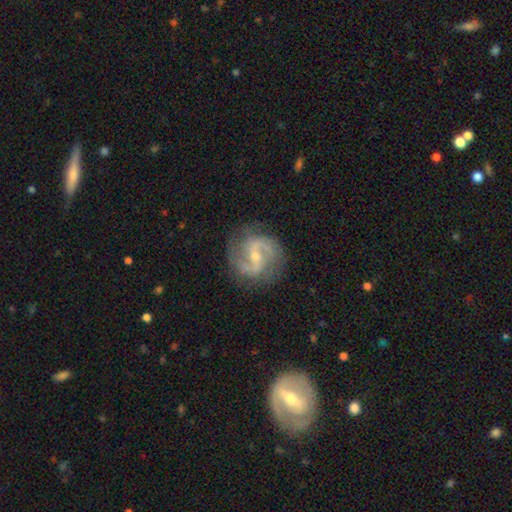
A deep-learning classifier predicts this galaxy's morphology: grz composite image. It shows a featured or disk galaxy (89%) with a weak bar (50%), 2 (90%) medium (56%) spiral arms (97%) and a small central bulge (54%). Merging: none (81%).